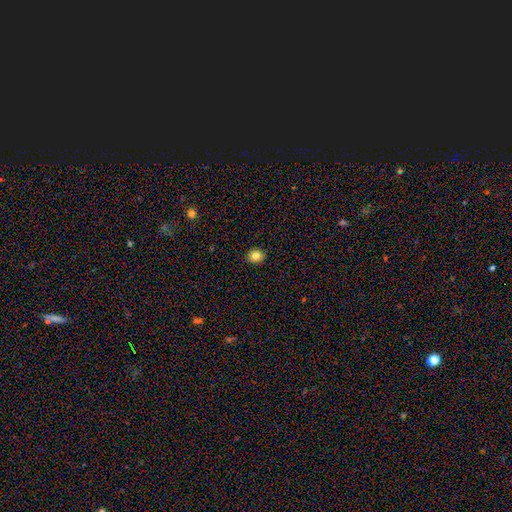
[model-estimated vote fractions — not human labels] A smooth galaxy with no disk features (82%) that is round (73%). Merging: none (92%).